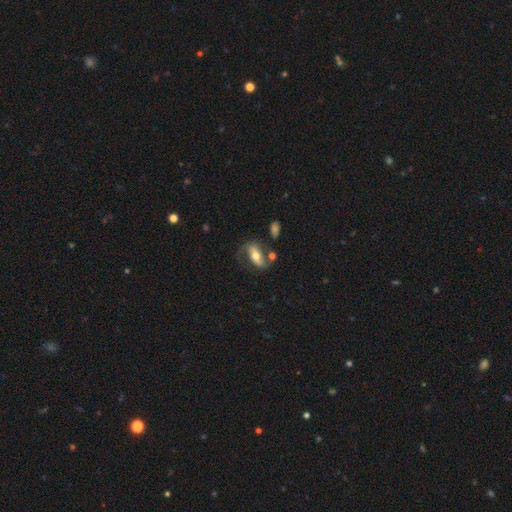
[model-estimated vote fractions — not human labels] featured or disk 65%, smooth 28%, star or artifact 7%. Down the decision tree: edge-on disk — no (89%); bar — strong (46%); spiral arms — yes (82%); bulge size — moderate (69%); merging — none (56%).